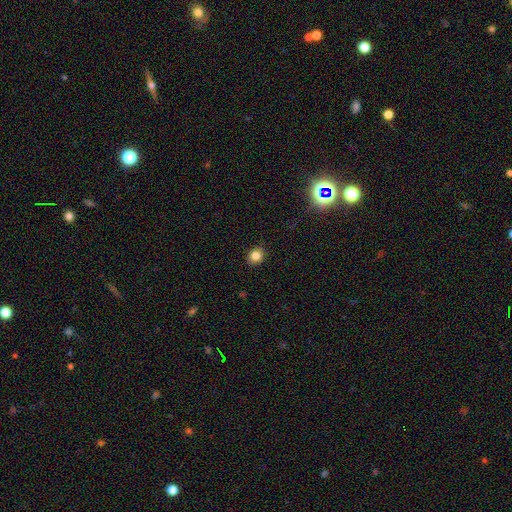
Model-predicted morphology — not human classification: This is clearly a smooth galaxy (82%). How rounded: likely round (69%). Merging: clearly none (88%).